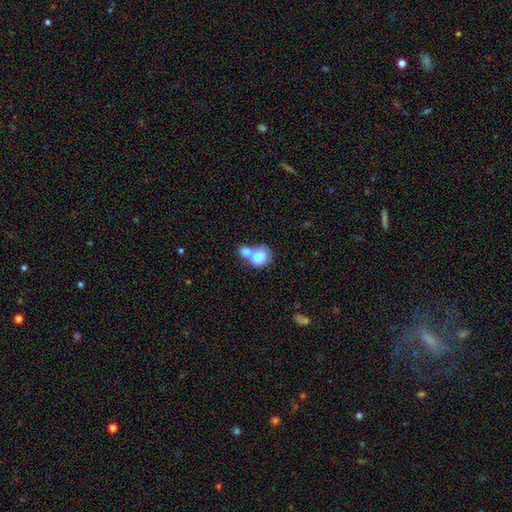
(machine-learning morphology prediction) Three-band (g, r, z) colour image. It shows a smooth galaxy with no disk features (77%) that is in between round and cigar-shaped (52%). Merging: merger (66%).